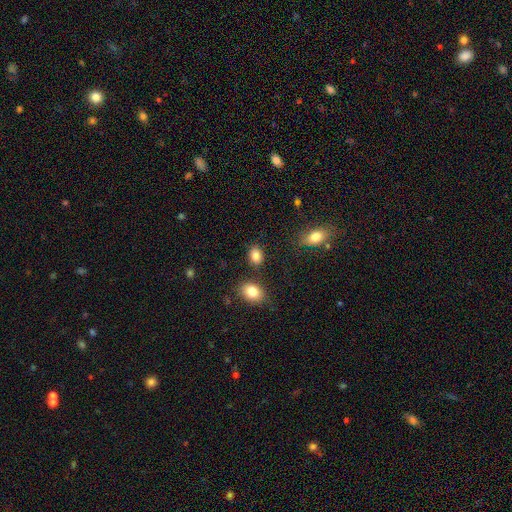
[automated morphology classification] type=smooth (86%); roundness=in between (69%); merging=none (80%).